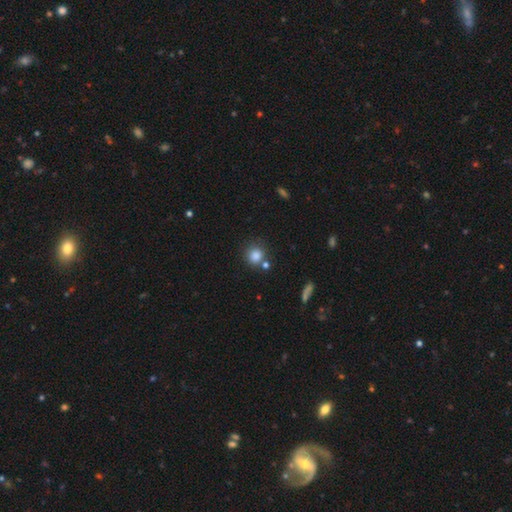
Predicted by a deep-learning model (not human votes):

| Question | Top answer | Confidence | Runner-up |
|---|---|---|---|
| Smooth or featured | smooth | 83% | star or artifact (11%) |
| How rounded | round | 87% | in between (12%) |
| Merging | none | 71% | merger (14%) |